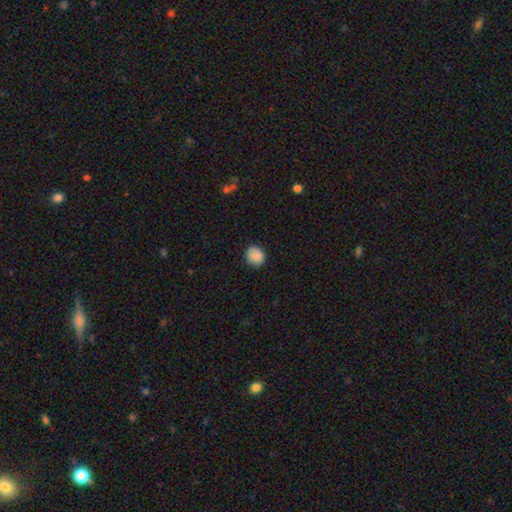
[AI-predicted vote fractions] This is clearly a smooth galaxy (88%). How rounded: likely round (78%). Merging: clearly none (84%).